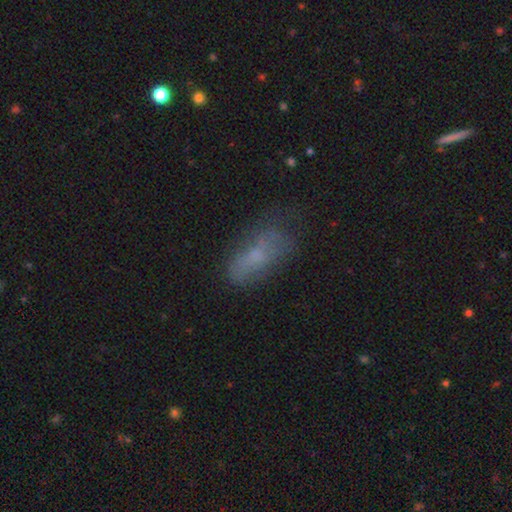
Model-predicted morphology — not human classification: This appears to be a smooth galaxy with no disk features (60%) that is in between round and cigar-shaped (76%). Merging: none (52%).